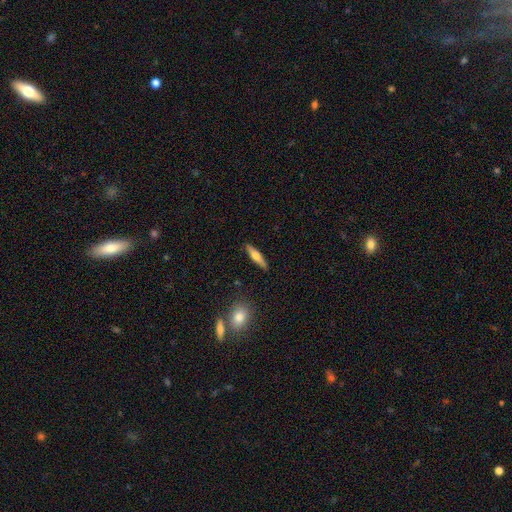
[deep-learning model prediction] Overall: smooth (55%; featured or disk 39%). How rounded: cigar-shaped (79%). Merging: none (88%).